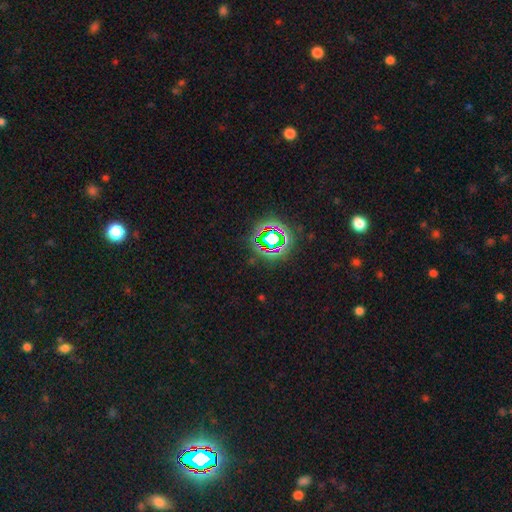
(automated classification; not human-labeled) Smooth or featured? Predicted: star or artifact (p=0.78).